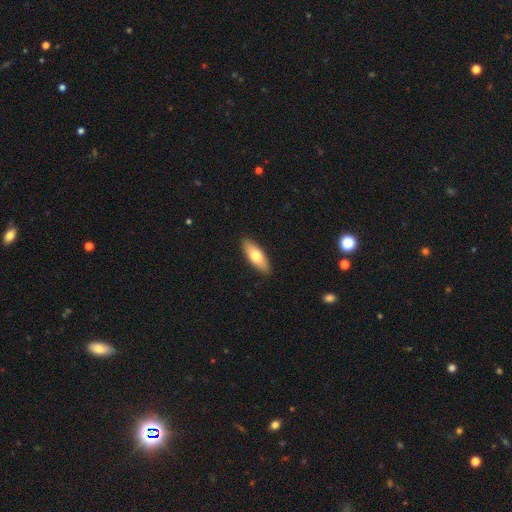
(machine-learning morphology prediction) A smooth galaxy with no disk features (71%) that is in between round and cigar-shaped (70%).

Vote fractions:
- Smooth or featured? smooth: 71% / featured or disk: 24% / star or artifact: 6%
- How rounded? in between: 70% / cigar-shaped: 28% / round: 2%
- Merging? none: 90% / minor disturbance: 8% / major disturbance: 2% / merger: 1%